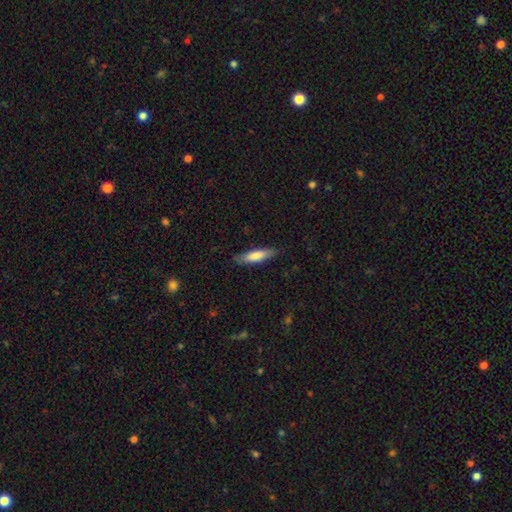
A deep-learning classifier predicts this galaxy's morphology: Smooth or featured? smooth (78%)
How rounded? cigar-shaped (65%)
Merging? none (82%)